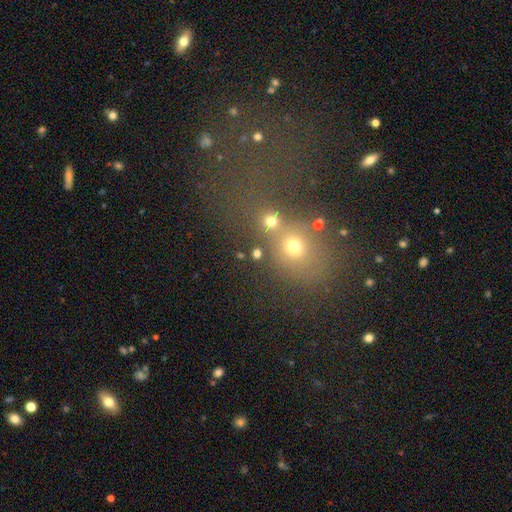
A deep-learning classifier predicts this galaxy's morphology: Smooth or featured: star or artifact — 46% (smooth — 38%)